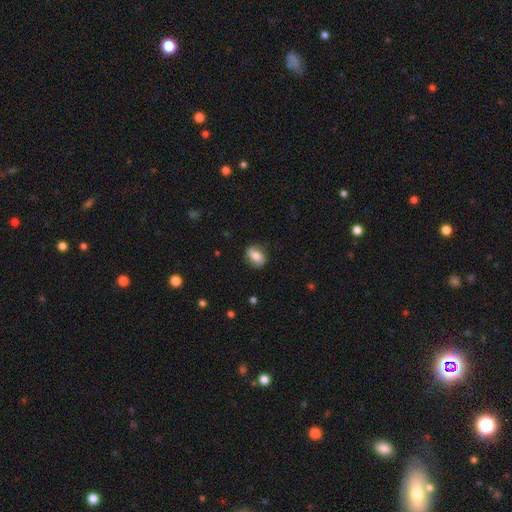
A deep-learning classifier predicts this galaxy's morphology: Smooth or featured?
  - smooth: 66% *
  - featured or disk: 26%
  - star or artifact: 8%
How rounded?
  - in between: 75% *
  - round: 23%
  - cigar-shaped: 2%
Merging?
  - none: 77% *
  - minor disturbance: 17%
  - major disturbance: 5%
  - merger: 1%